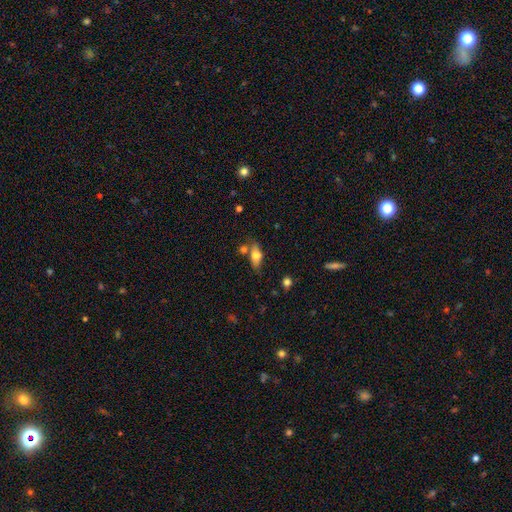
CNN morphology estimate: smooth_or_featured: smooth (p=0.65) [alt: featured or disk p=0.27]
how_rounded: in between (p=0.77) [alt: cigar-shaped p=0.17]
merging: none (p=0.57) [alt: minor disturbance p=0.19]